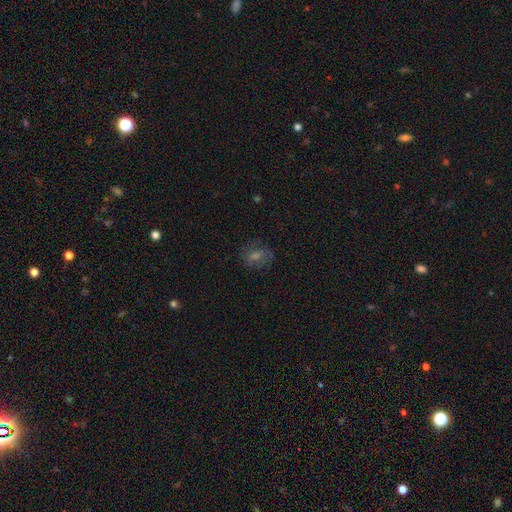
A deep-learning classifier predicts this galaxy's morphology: This is marginally a smooth galaxy (43%). Merging: likely none (74%).